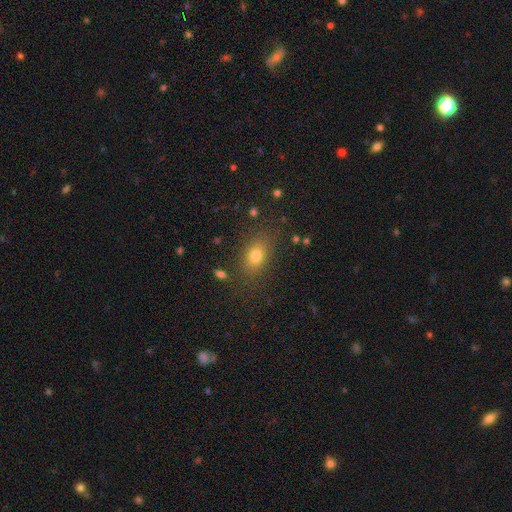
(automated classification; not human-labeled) Morphology: type=smooth (75%); roundness=in between (74%); merging=none (82%).